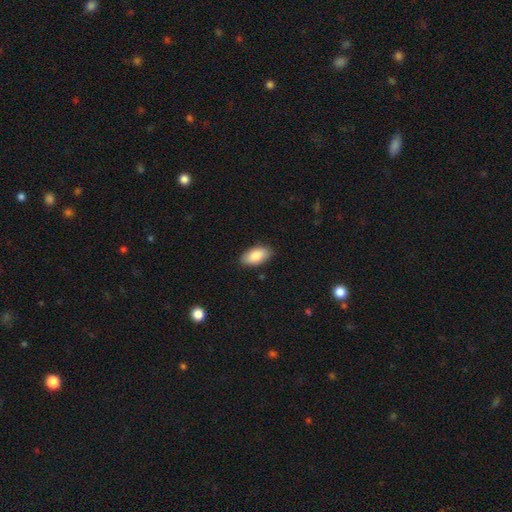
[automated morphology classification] Smooth or featured?
  - smooth: 84% *
  - featured or disk: 9%
  - star or artifact: 6%
How rounded?
  - in between: 94% *
  - cigar-shaped: 3%
  - round: 3%
Merging?
  - none: 87% *
  - minor disturbance: 10%
  - major disturbance: 2%
  - merger: 1%